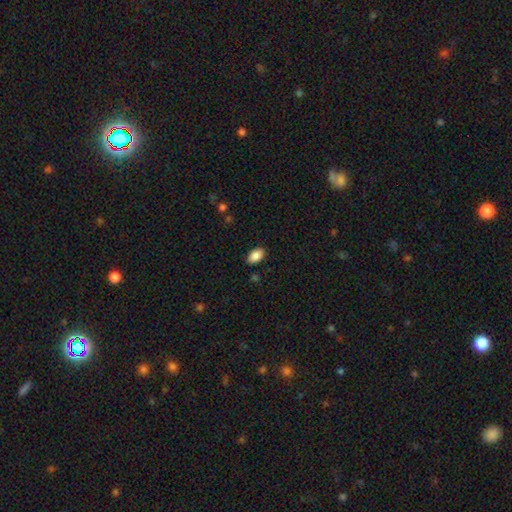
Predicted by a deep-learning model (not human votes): Smooth or featured?
  - smooth: 88% *
  - star or artifact: 7%
  - featured or disk: 4%
How rounded?
  - in between: 92% *
  - round: 6%
  - cigar-shaped: 2%
Merging?
  - none: 86% *
  - minor disturbance: 10%
  - major disturbance: 2%
  - merger: 1%